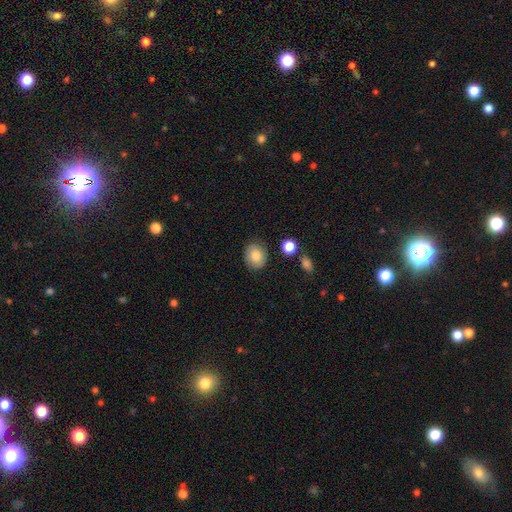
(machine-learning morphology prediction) This is likely a smooth galaxy (80%). How rounded: possibly round (57%). Merging: clearly none (84%).